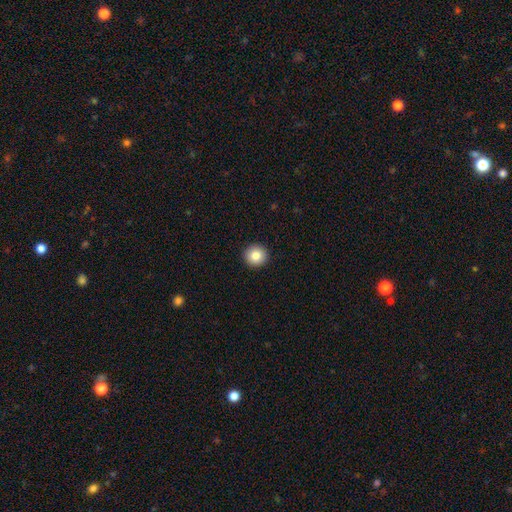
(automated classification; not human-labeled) Smooth or featured?
  - smooth: 83% *
  - star or artifact: 9%
  - featured or disk: 7%
How rounded?
  - round: 94% *
  - in between: 5%
  - cigar-shaped: 1%
Merging?
  - none: 93% *
  - minor disturbance: 4%
  - major disturbance: 1%
  - merger: 1%